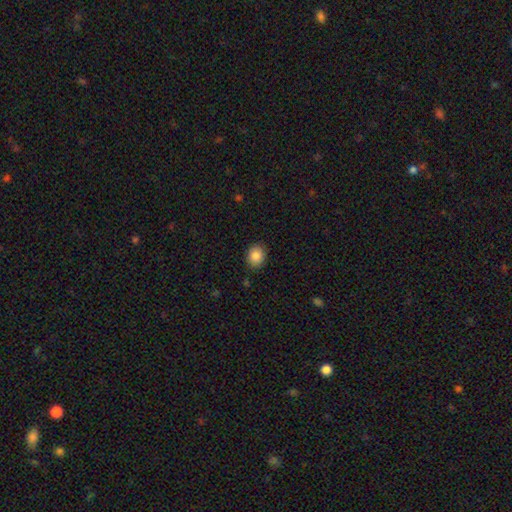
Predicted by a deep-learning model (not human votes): Q: Smooth or featured?
A: smooth (87%); runner-up: star or artifact (9%)
Q: How rounded?
A: round (59%); runner-up: in between (40%)
Q: Merging?
A: none (88%); runner-up: minor disturbance (9%)